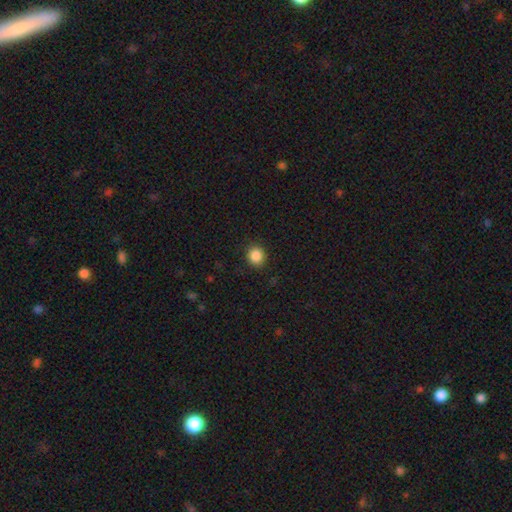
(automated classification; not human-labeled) Smooth or featured? smooth (87%)
How rounded? round (82%)
Merging? none (90%)